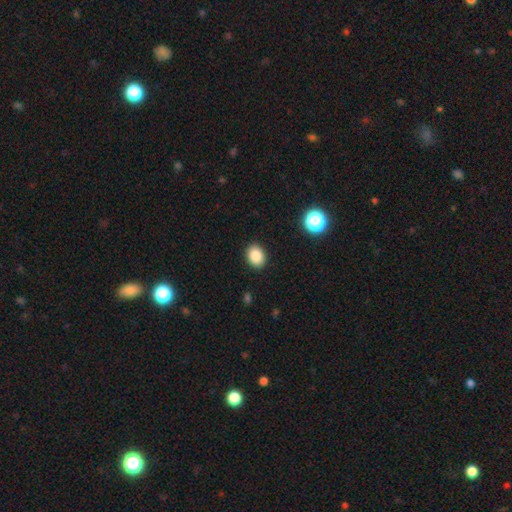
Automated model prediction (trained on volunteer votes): Smooth or featured: smooth — 86% (star or artifact — 10%)
How rounded: in between — 57% (round — 43%)
Merging: none — 90% (minor disturbance — 7%)